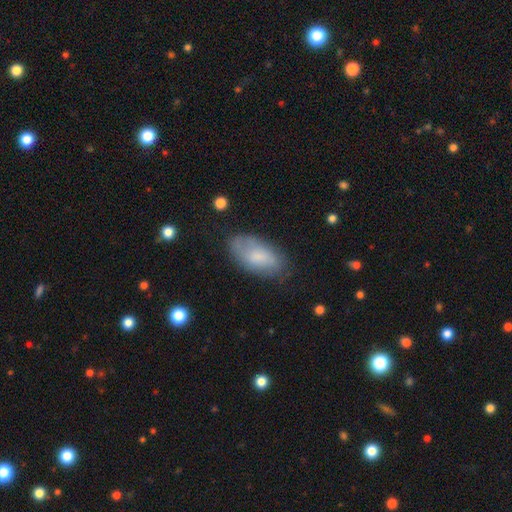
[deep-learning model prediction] Smooth or featured: smooth — 71% (featured or disk — 22%)
How rounded: in between — 93% (cigar-shaped — 4%)
Merging: none — 71% (minor disturbance — 21%)